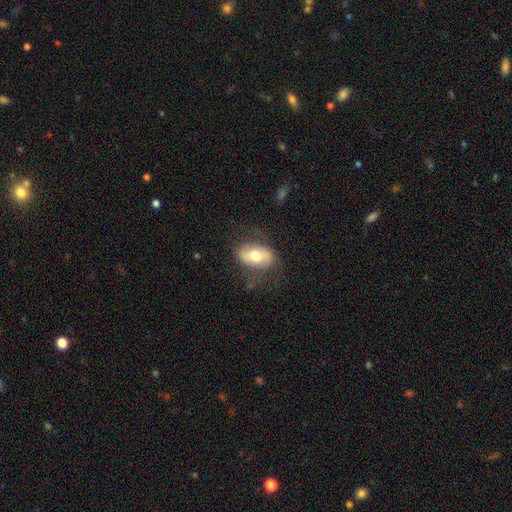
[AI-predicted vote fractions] smooth-or-featured: smooth: 57% | featured or disk: 36% | star or artifact: 7%
  how-rounded: in between: 87% | round: 10% | cigar-shaped: 2%
  merging: none: 67% | minor disturbance: 21% | major disturbance: 10% | merger: 2%